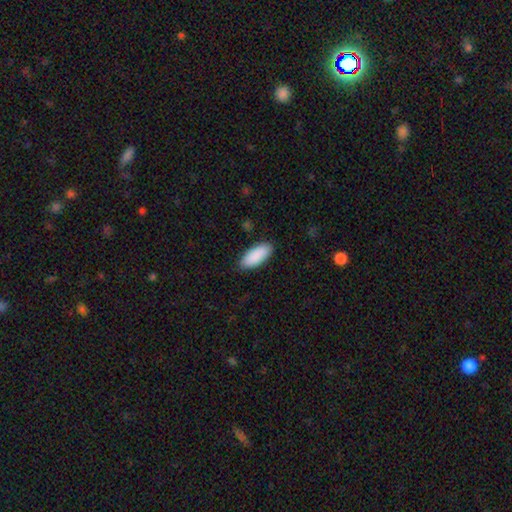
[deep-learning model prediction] Smooth or featured? Predicted: smooth (p=0.91). How rounded? Predicted: in between (p=0.86). Merging? Predicted: none (p=0.87).